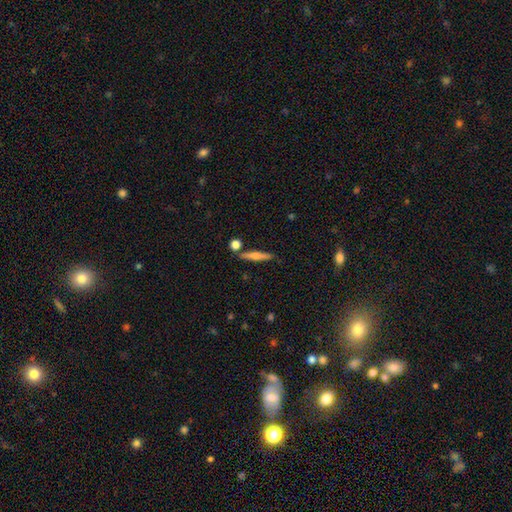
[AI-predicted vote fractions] Overall: smooth (51%; featured or disk 43%). How rounded: cigar-shaped (87%). Merging: none (81%).